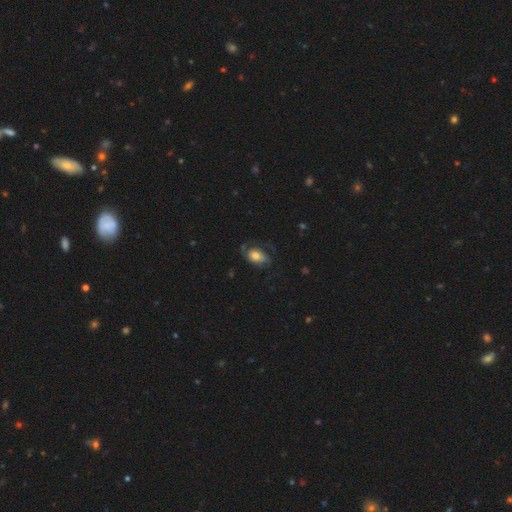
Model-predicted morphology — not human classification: Q: Smooth or featured?
A: smooth (46%); runner-up: featured or disk (45%)
Q: Merging?
A: none (50%); runner-up: minor disturbance (24%)